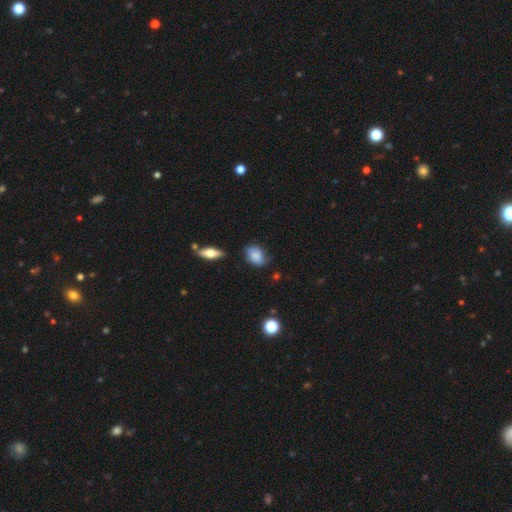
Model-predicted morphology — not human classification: A smooth galaxy with no disk features (76%) that is in between round and cigar-shaped (72%).

Vote fractions:
- Smooth or featured? smooth: 76% / featured or disk: 16% / star or artifact: 8%
- How rounded? in between: 72% / round: 26% / cigar-shaped: 2%
- Merging? none: 63% / minor disturbance: 29% / major disturbance: 6% / merger: 3%